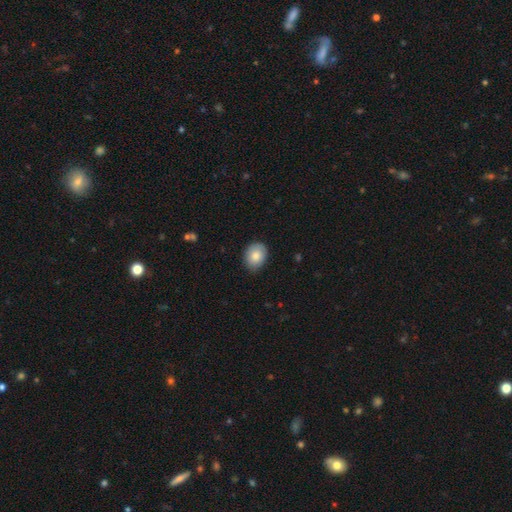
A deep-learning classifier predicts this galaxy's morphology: Smooth or featured: smooth — 82% (featured or disk — 11%)
How rounded: in between — 51% (round — 48%)
Merging: none — 81% (minor disturbance — 16%)